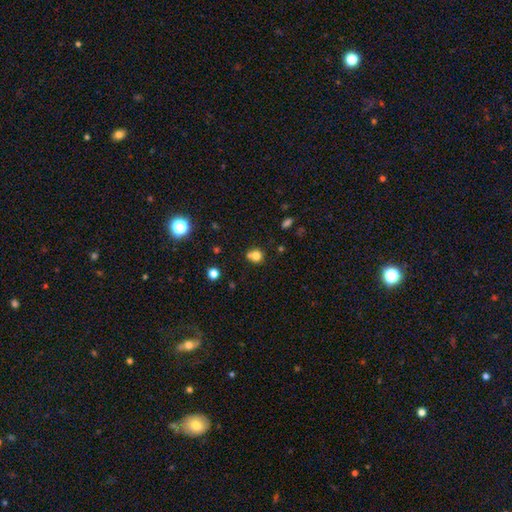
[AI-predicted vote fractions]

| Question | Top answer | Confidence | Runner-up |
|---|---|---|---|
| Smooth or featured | smooth | 76% | star or artifact (14%) |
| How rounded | round | 83% | in between (16%) |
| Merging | none | 51% | merger (32%) |